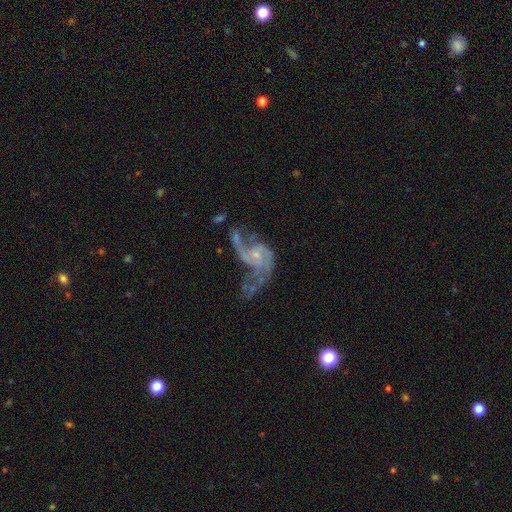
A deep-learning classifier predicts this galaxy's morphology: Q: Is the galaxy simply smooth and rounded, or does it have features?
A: featured or disk — 87%.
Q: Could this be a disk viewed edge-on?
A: no — 98%.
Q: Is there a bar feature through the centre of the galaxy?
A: no — 68%.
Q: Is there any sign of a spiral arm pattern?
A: yes — 94%.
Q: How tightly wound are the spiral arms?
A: loose — 57%.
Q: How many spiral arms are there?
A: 2 — 71%.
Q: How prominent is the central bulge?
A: small — 72%.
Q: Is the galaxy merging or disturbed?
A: major disturbance — 36%.